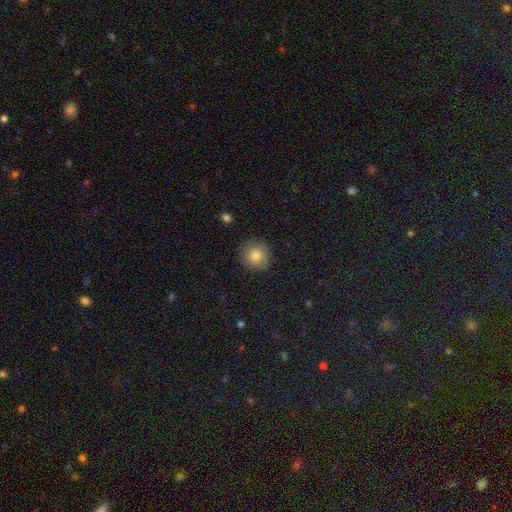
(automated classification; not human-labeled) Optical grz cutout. It shows a smooth galaxy with no disk features (83%) that is round (91%). Merging: none (88%).